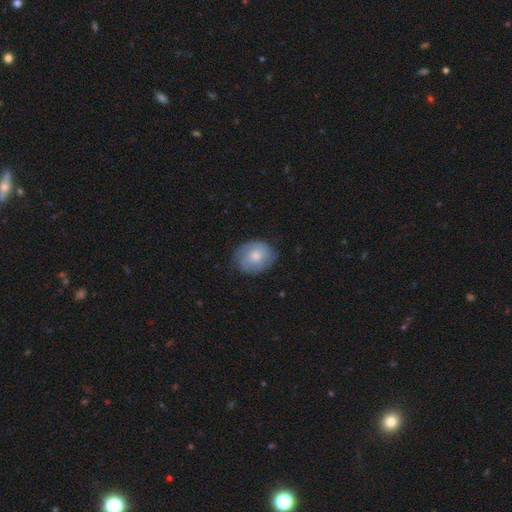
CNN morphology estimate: This appears to be a smooth galaxy with no disk features (53%) that is round (55%). Merging: none (72%).